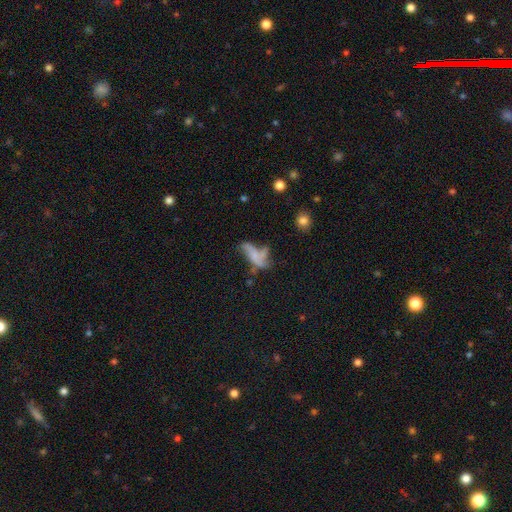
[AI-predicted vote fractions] Q: Smooth or featured?
A: featured or disk (45%); runner-up: smooth (41%)
Q: Merging?
A: major disturbance (33%); runner-up: none (30%)